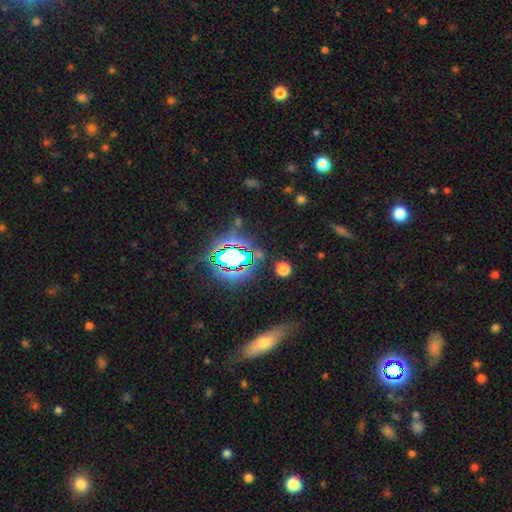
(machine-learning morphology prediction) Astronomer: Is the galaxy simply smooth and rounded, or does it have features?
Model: star or artifact — 65%.